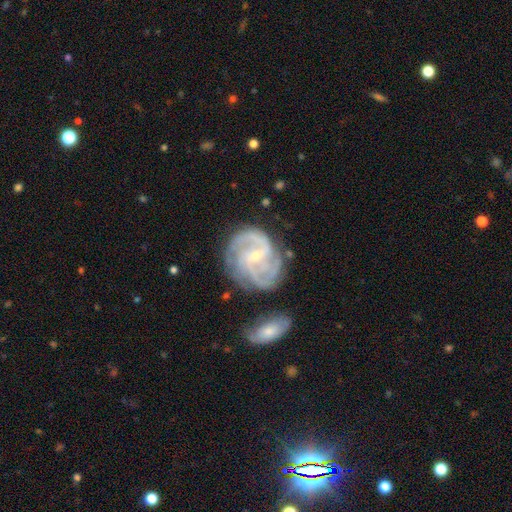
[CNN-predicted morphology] Smooth or featured?
  - featured or disk: 89% *
  - smooth: 6%
  - star or artifact: 5%
Edge-on disk?
  - no: 98% *
  - yes: 2%
Bar?
  - weak: 47% *
  - no: 36%
  - strong: 16%
Spiral arms?
  - yes: 97% *
  - no: 3%
Spiral winding?
  - tight: 46% *
  - medium: 43%
  - loose: 11%
Spiral arm count?
  - 3: 32% *
  - 2: 23%
  - can't tell: 17%
  - 4: 17%
  - more than 4: 6%
  - 1: 6%
Bulge size?
  - small: 76% *
  - moderate: 20%
  - none: 2%
  - large: 1%
  - dominant: 1%
Merging?
  - none: 66% *
  - minor disturbance: 20%
  - major disturbance: 8%
  - merger: 6%